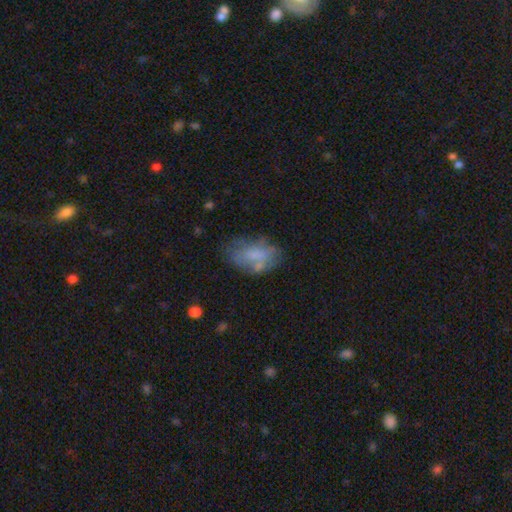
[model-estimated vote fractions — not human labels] smooth_or_featured: smooth (p=0.57) [alt: featured or disk p=0.33]
how_rounded: in between (p=0.91) [alt: round p=0.07]
merging: none (p=0.50) [alt: minor disturbance p=0.27]